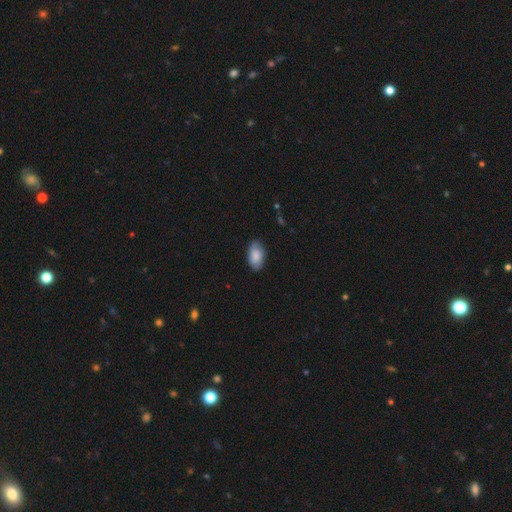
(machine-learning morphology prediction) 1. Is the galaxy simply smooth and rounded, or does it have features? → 84% smooth, 10% featured or disk, 6% star or artifact.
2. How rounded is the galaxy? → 94% in between, 4% round, 2% cigar-shaped.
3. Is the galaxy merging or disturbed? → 82% none, 14% minor disturbance, 2% major disturbance, 1% merger.